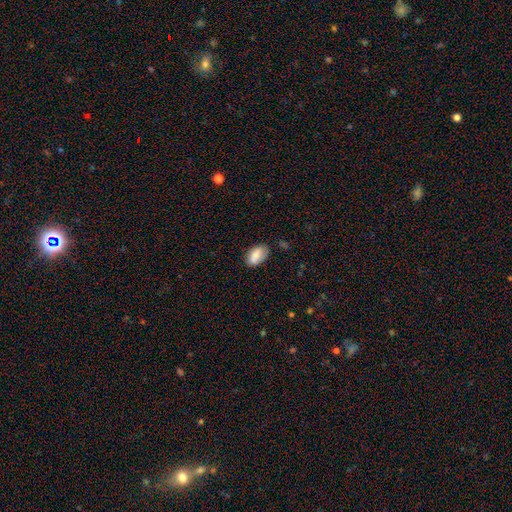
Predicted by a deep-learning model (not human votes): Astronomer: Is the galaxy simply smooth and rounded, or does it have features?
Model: smooth — 76%.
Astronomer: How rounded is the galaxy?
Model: in between — 92%.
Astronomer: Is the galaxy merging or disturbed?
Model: none — 74%.